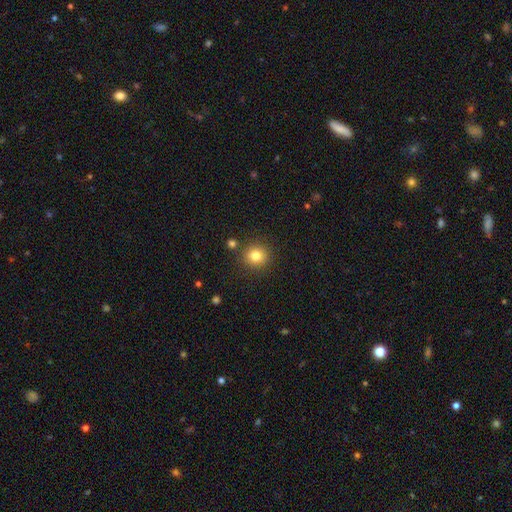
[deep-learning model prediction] This appears to be a smooth galaxy with no disk features (81%) that is round (90%). Merging: none (87%).